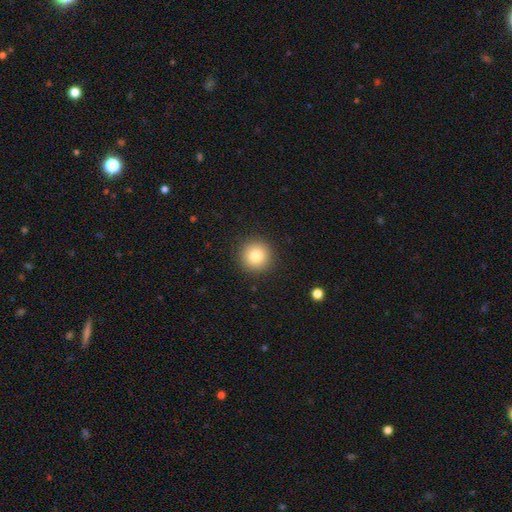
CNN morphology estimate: Smooth or featured? smooth (82%)
How rounded? round (95%)
Merging? none (91%)